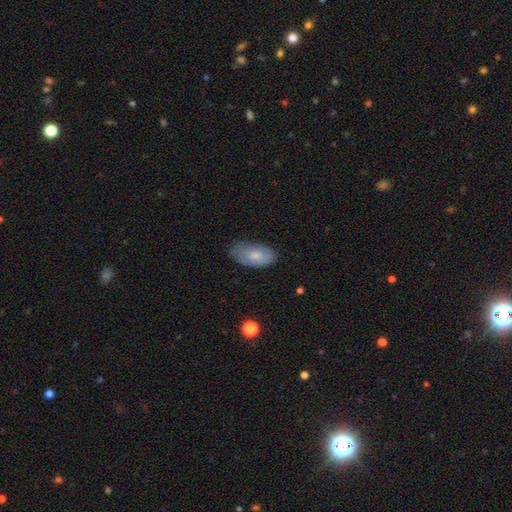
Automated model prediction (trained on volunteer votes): Smooth or featured?
  - smooth: 71% *
  - featured or disk: 22%
  - star or artifact: 6%
How rounded?
  - in between: 93% *
  - cigar-shaped: 4%
  - round: 3%
Merging?
  - none: 72% *
  - minor disturbance: 23%
  - major disturbance: 5%
  - merger: 1%